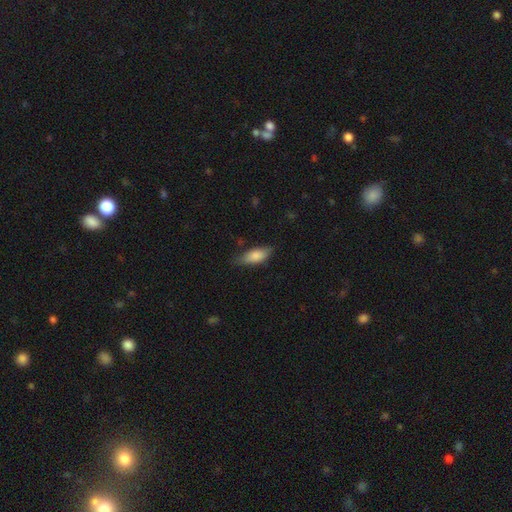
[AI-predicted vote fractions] Smooth or featured?
  - smooth: 81% *
  - featured or disk: 13%
  - star or artifact: 6%
How rounded?
  - in between: 77% *
  - cigar-shaped: 21%
  - round: 2%
Merging?
  - none: 72% *
  - minor disturbance: 23%
  - major disturbance: 4%
  - merger: 1%